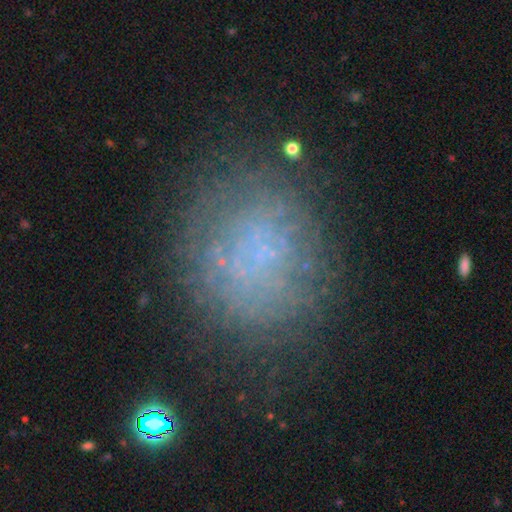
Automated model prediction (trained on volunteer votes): A smooth galaxy with no disk features (42%). Merging: none (70%).